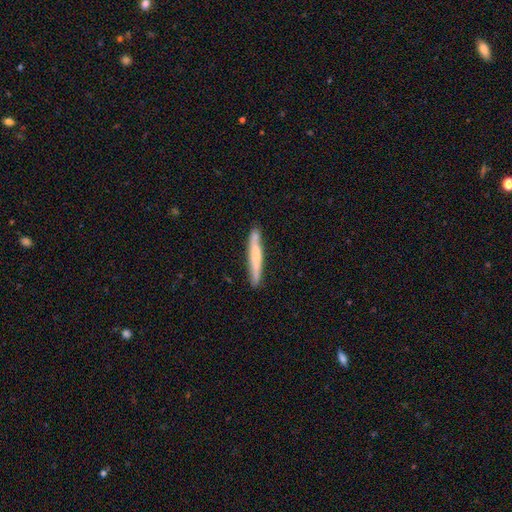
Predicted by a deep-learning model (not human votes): This is possibly a smooth galaxy (58%). How rounded: clearly cigar-shaped (96%). Merging: clearly none (82%).